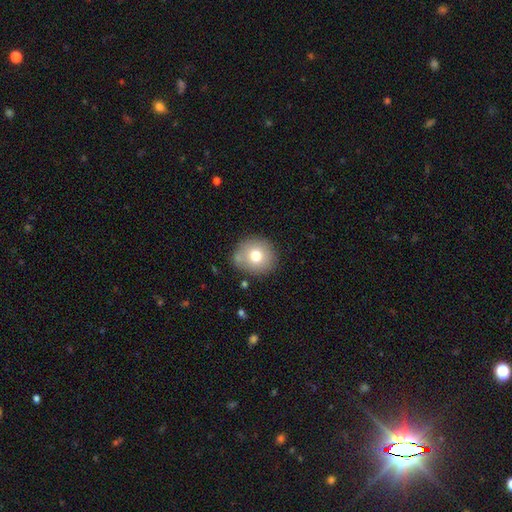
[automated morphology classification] Smooth or featured? Predicted: smooth (p=0.74). How rounded? Predicted: round (p=0.87). Merging? Predicted: none (p=0.78).